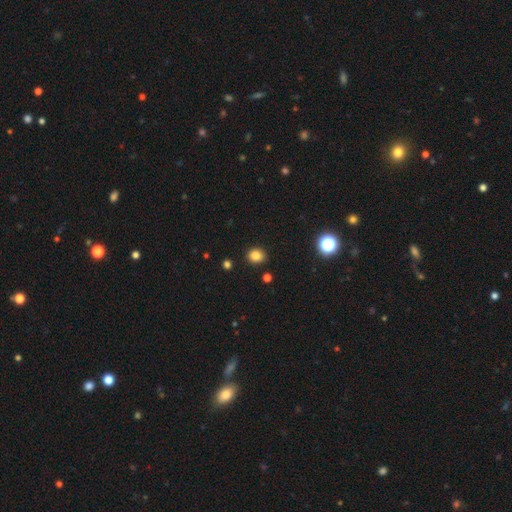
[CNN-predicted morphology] Smooth or featured? Predicted: smooth (p=0.82). How rounded? Predicted: round (p=0.76). Merging? Predicted: none (p=0.89).